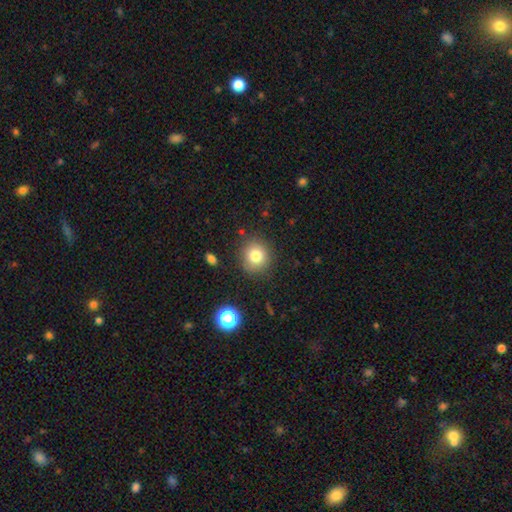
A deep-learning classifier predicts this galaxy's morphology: A smooth galaxy with no disk features (80%) that is round (87%). Merging: none (86%).